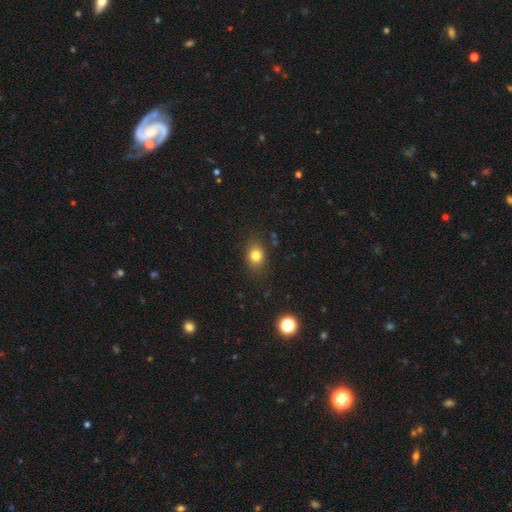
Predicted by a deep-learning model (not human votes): Smooth or featured? smooth (80%)
How rounded? in between (52%)
Merging? none (82%)